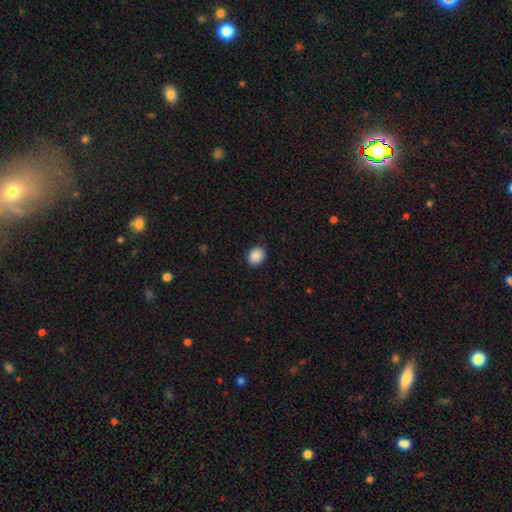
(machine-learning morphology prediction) A smooth galaxy with no disk features (89%) that is round (65%).

Vote fractions:
- Smooth or featured? smooth: 89% / star or artifact: 8% / featured or disk: 2%
- How rounded? round: 65% / in between: 34% / cigar-shaped: 1%
- Merging? none: 89% / minor disturbance: 8% / major disturbance: 2% / merger: 1%